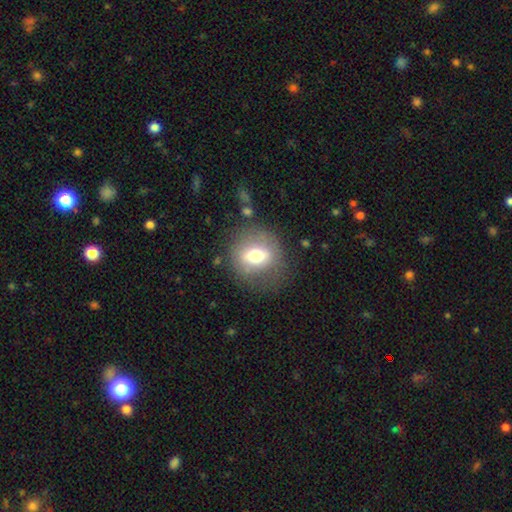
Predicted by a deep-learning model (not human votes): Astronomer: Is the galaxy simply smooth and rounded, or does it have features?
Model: smooth — 56% (runner-up: featured or disk, 35%).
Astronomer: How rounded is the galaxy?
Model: round — 66%.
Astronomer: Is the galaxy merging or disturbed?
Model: none — 71%.